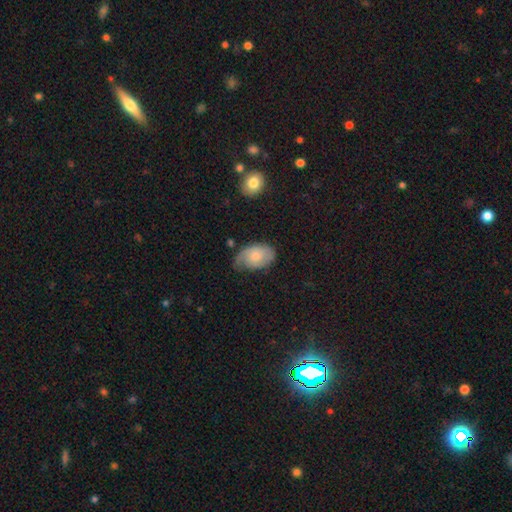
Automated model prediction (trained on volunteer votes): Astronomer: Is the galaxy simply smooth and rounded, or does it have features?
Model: smooth — 55% (runner-up: featured or disk, 38%).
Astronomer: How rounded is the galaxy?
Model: in between — 88%.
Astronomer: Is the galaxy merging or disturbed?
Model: none — 49% (runner-up: minor disturbance, 36%).